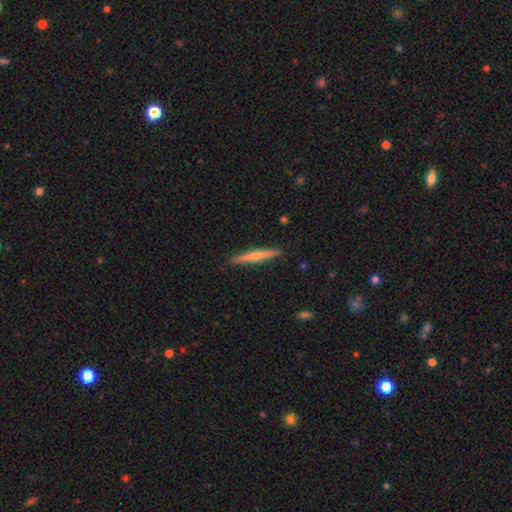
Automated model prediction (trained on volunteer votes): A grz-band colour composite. It shows a featured or disk galaxy (59%) viewed edge-on (97%) with a rounded central bulge (74%). Merging: none (90%).